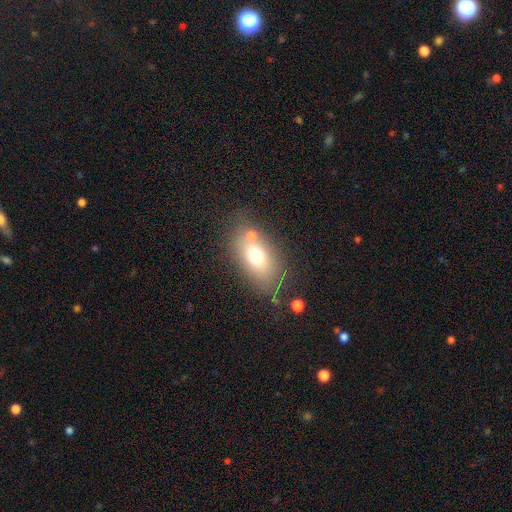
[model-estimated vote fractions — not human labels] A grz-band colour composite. It shows a smooth galaxy with no disk features (67%) that is in between round and cigar-shaped (81%). Merging: none (62%).